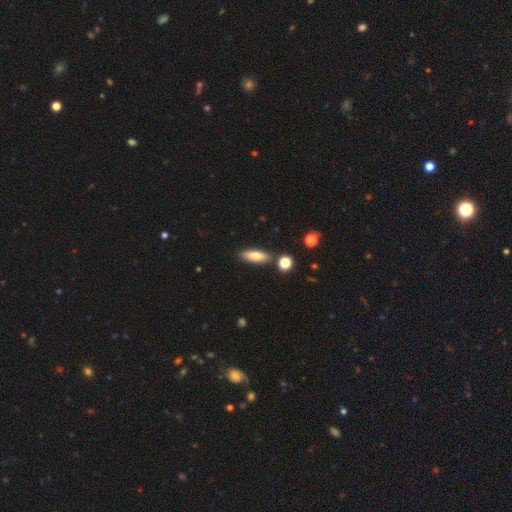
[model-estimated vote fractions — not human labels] Smooth or featured: smooth — 75% (featured or disk — 18%)
How rounded: in between — 59% (cigar-shaped — 38%)
Merging: none — 82% (minor disturbance — 10%)